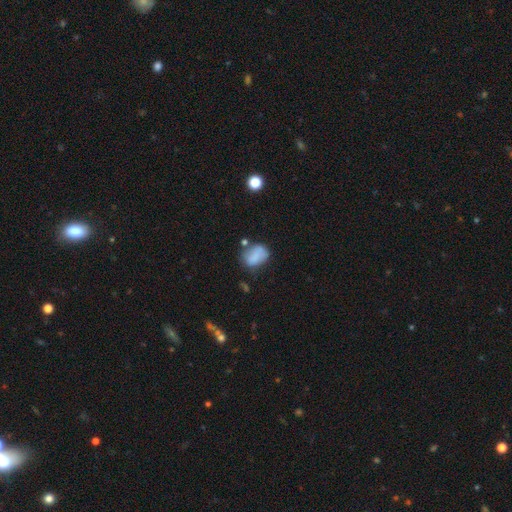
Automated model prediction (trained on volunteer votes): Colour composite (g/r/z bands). It shows a smooth galaxy with no disk features (76%) that is in between round and cigar-shaped (72%). Merging: none (51%).